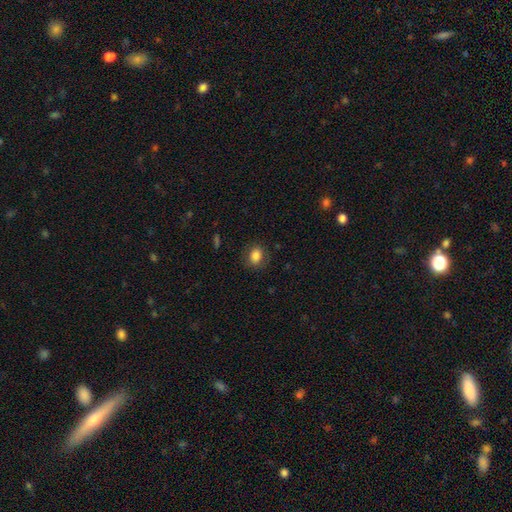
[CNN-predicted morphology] smooth-or-featured: smooth: 83% | star or artifact: 9% | featured or disk: 7%
  how-rounded: in between: 54% | round: 45% | cigar-shaped: 1%
  merging: none: 83% | minor disturbance: 12% | major disturbance: 4% | merger: 1%